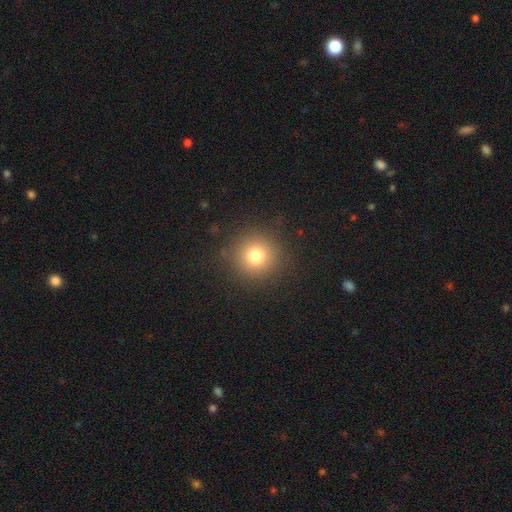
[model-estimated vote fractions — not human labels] Smooth or featured? Predicted: smooth (p=0.76). How rounded? Predicted: round (p=0.94). Merging? Predicted: none (p=0.89).